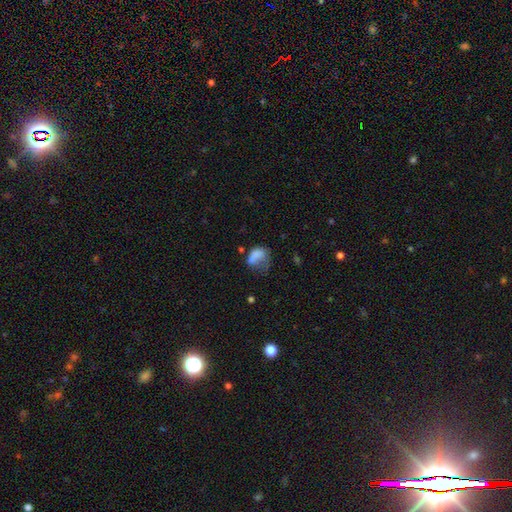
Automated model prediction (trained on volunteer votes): Smooth or featured?
  - smooth: 68% *
  - featured or disk: 20%
  - star or artifact: 12%
How rounded?
  - in between: 70% *
  - round: 28%
  - cigar-shaped: 2%
Merging?
  - major disturbance: 42% *
  - minor disturbance: 26%
  - none: 24%
  - merger: 9%